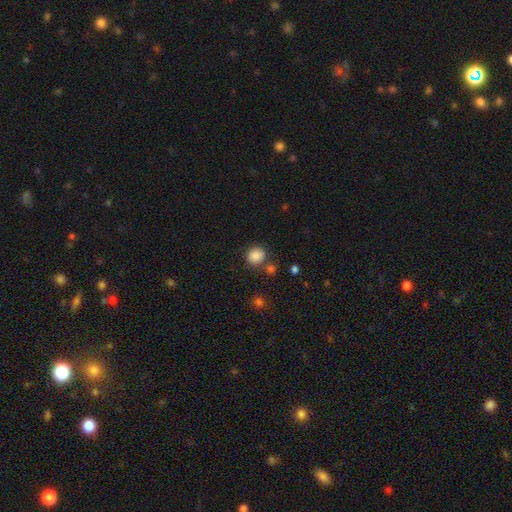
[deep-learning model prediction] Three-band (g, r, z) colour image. It shows a smooth galaxy with no disk features (86%) that is round (80%). Merging: none (75%).